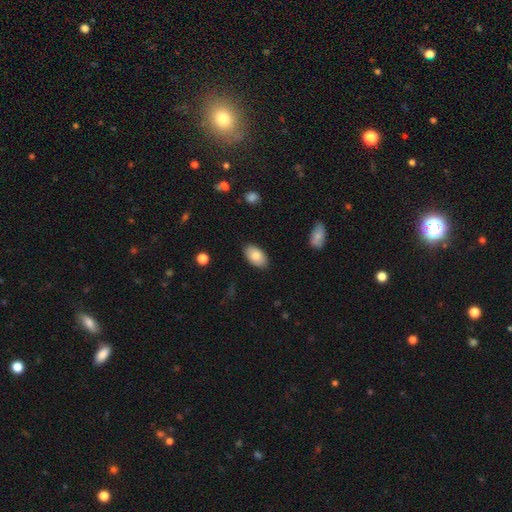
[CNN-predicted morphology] Smooth or featured? Predicted: smooth (p=0.83). How rounded? Predicted: in between (p=0.94). Merging? Predicted: none (p=0.86).